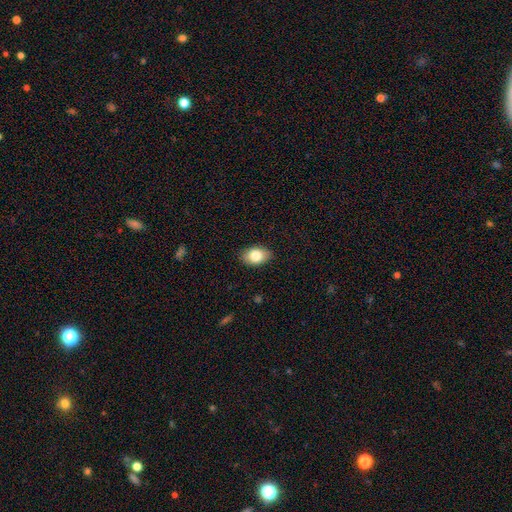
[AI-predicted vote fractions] A smooth galaxy with no disk features (82%) that is in between round and cigar-shaped (87%). Merging: none (87%).